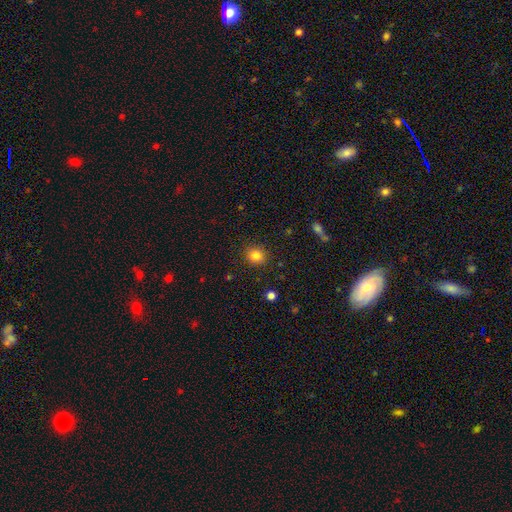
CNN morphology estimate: smooth 83%, star or artifact 12%, featured or disk 5%. Down the decision tree: how rounded — round (83%); merging — none (89%).